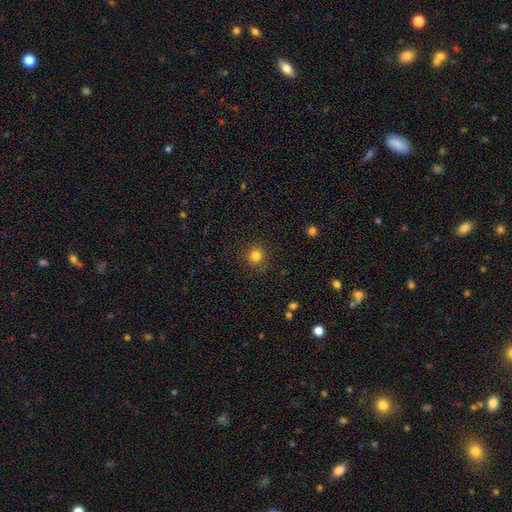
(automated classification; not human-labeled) smooth-or-featured: smooth: 83% | star or artifact: 13% | featured or disk: 5%
  how-rounded: round: 92% | in between: 7% | cigar-shaped: 1%
  merging: none: 89% | minor disturbance: 7% | major disturbance: 3% | merger: 1%